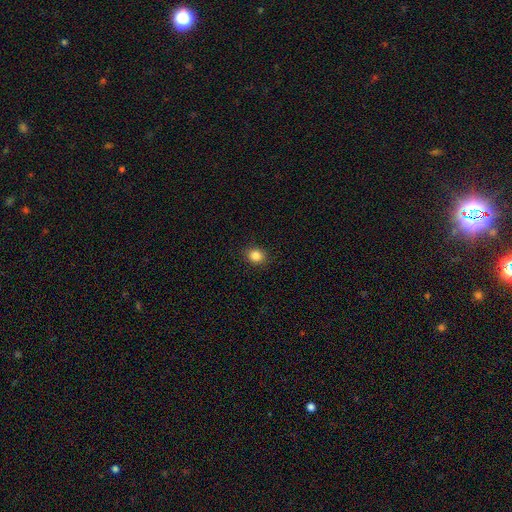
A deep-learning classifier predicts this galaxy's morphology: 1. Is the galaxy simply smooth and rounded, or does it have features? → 85% smooth, 11% star or artifact, 4% featured or disk.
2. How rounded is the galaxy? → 68% round, 31% in between, 1% cigar-shaped.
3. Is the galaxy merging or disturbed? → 90% none, 7% minor disturbance, 2% major disturbance, 1% merger.